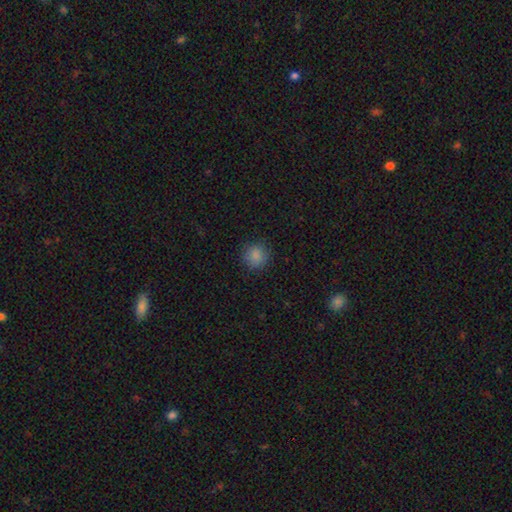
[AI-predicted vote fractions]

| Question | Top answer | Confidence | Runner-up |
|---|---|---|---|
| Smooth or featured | smooth | 86% | star or artifact (11%) |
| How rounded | round | 92% | in between (8%) |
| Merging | none | 87% | minor disturbance (9%) |